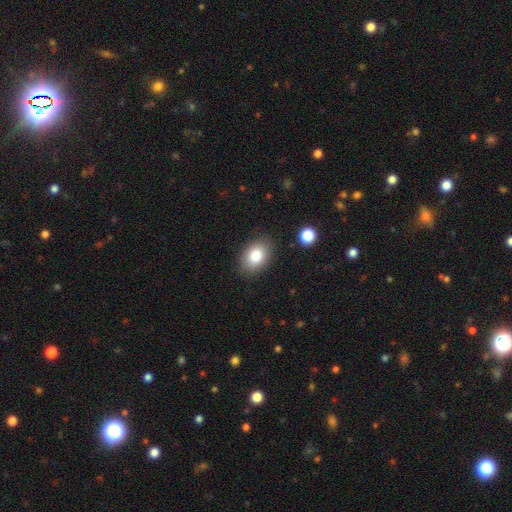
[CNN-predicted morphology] Smooth or featured? smooth (82%)
How rounded? in between (80%)
Merging? none (86%)